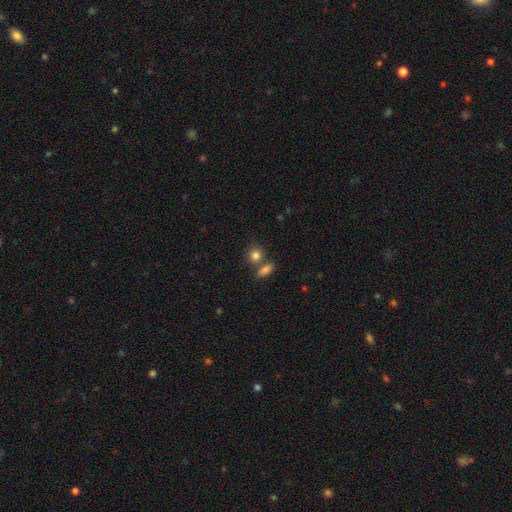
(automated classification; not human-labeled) smooth 83%, star or artifact 10%, featured or disk 7%. Down the decision tree: how rounded — round (70%); merging — none (56%).